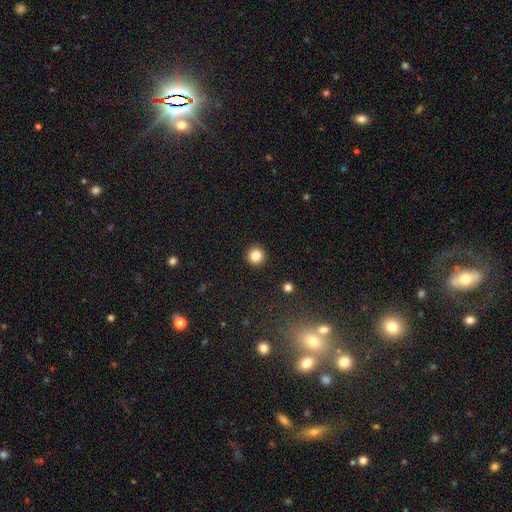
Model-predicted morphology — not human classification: smooth_or_featured: smooth (p=0.83) [alt: star or artifact p=0.11]
how_rounded: round (p=0.96) [alt: in between p=0.03]
merging: none (p=0.93) [alt: minor disturbance p=0.04]